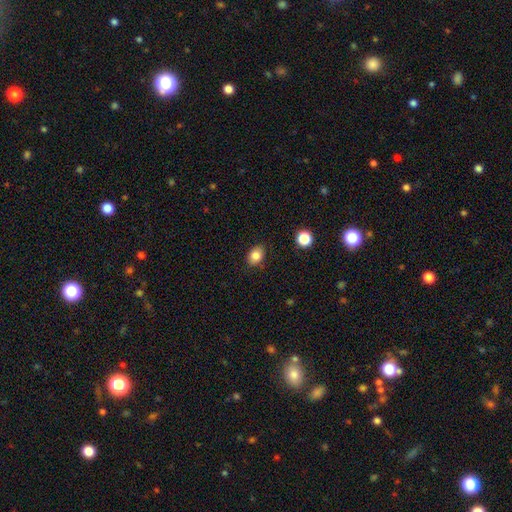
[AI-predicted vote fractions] Smooth or featured?
  - smooth: 84% *
  - star or artifact: 10%
  - featured or disk: 6%
How rounded?
  - in between: 63% *
  - round: 36%
  - cigar-shaped: 1%
Merging?
  - none: 84% *
  - minor disturbance: 12%
  - major disturbance: 3%
  - merger: 1%